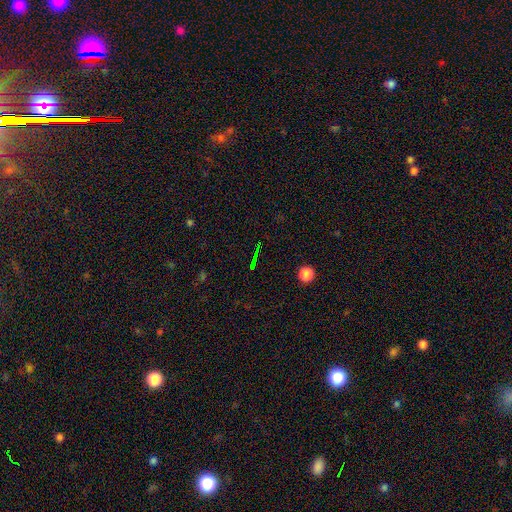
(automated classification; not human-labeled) The model was most divided on "smooth or featured": star or artifact: 69%, smooth: 18%, featured or disk: 13%.